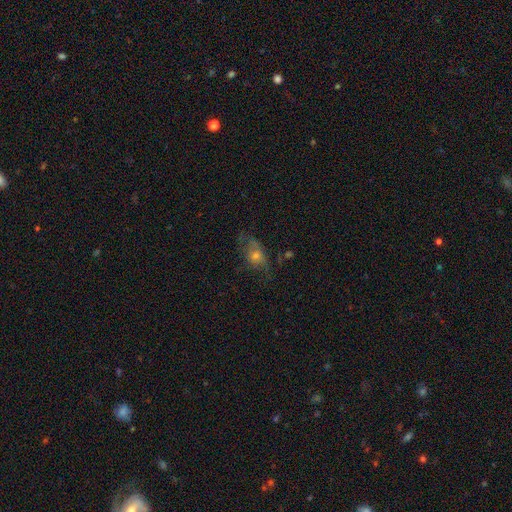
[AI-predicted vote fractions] Smooth or featured? Predicted: smooth (p=0.43). Merging? Predicted: none (p=0.49).